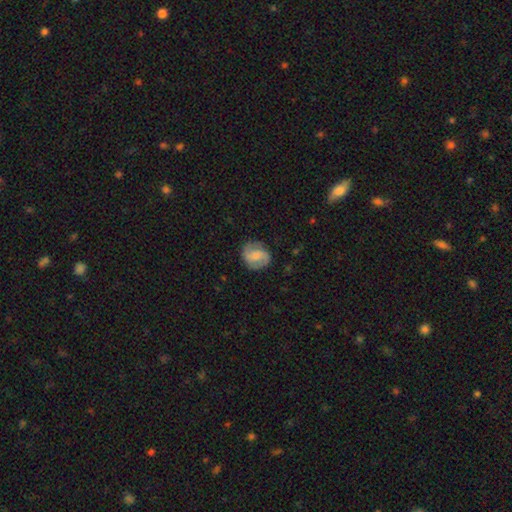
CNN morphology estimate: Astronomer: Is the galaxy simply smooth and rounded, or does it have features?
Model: featured or disk — 57% (runner-up: smooth, 36%).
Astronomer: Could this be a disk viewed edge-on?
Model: no — 98%.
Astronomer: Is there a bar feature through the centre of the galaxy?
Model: weak — 45% (runner-up: no, 39%).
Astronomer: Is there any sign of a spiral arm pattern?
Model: yes — 90%.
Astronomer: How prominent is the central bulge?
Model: small — 38% (runner-up: moderate, 28%).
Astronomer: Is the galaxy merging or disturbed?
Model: none — 79%.